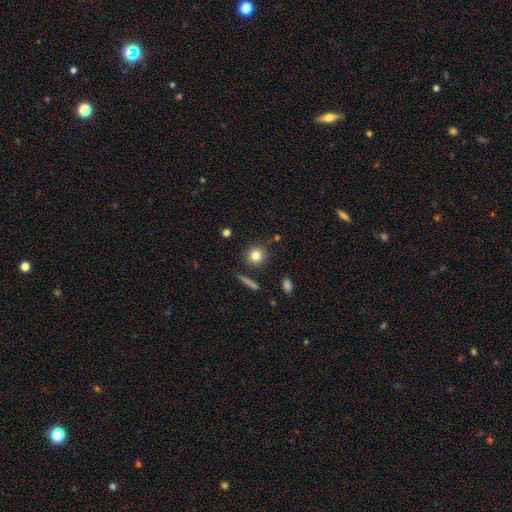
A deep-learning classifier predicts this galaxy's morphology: Smooth or featured? smooth (80%)
How rounded? round (91%)
Merging? none (85%)